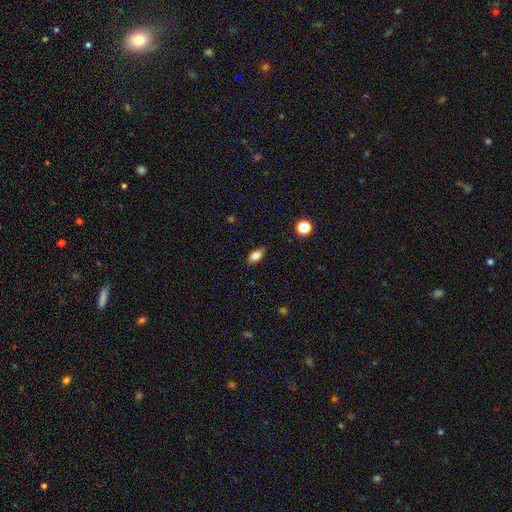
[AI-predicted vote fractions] Smooth or featured? smooth (77%)
How rounded? in between (83%)
Merging? none (86%)